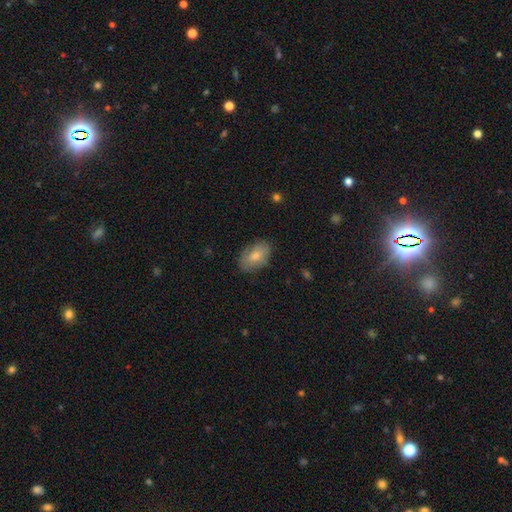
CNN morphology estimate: A smooth galaxy with no disk features (78%) that is in between round and cigar-shaped (91%).

Vote fractions:
- Smooth or featured? smooth: 78% / featured or disk: 15% / star or artifact: 7%
- How rounded? in between: 91% / round: 8% / cigar-shaped: 2%
- Merging? none: 79% / minor disturbance: 16% / major disturbance: 3% / merger: 1%